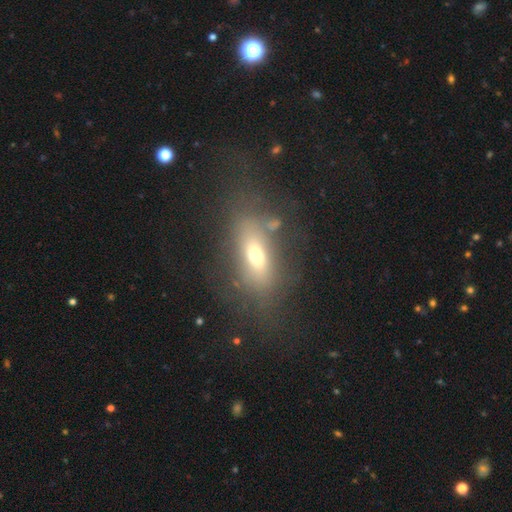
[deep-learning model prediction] A smooth galaxy with no disk features (59%) that is in between round and cigar-shaped (75%).

Vote fractions:
- Smooth or featured? smooth: 59% / featured or disk: 28% / star or artifact: 13%
- How rounded? in between: 75% / cigar-shaped: 15% / round: 10%
- Merging? none: 61% / minor disturbance: 18% / major disturbance: 16% / merger: 5%